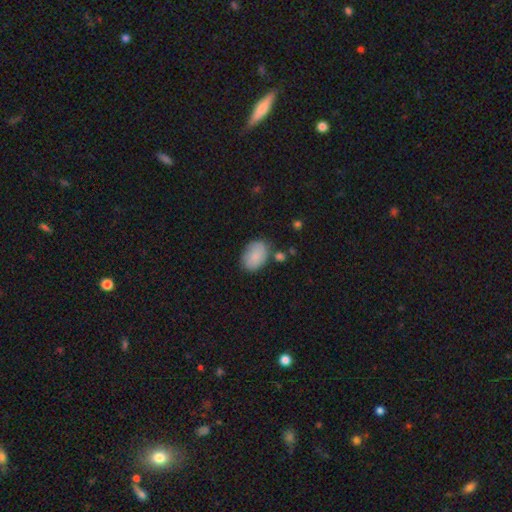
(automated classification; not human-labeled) This is clearly a smooth galaxy (82%). How rounded: clearly in between (83%). Merging: likely none (69%).